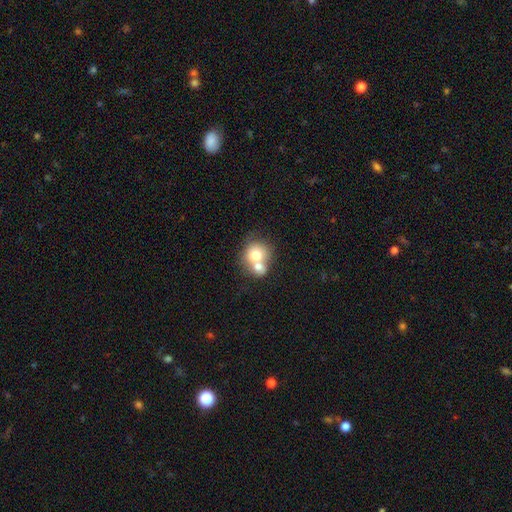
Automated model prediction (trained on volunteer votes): This appears to be a smooth galaxy with no disk features (69%) that is round (75%). Merging: merger (68%).